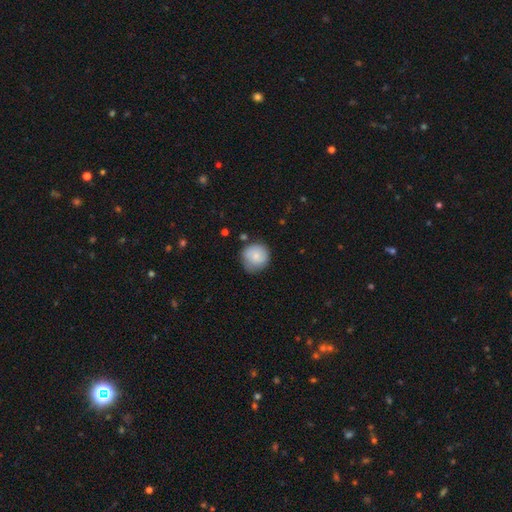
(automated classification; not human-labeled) A smooth galaxy with no disk features (80%) that is round (91%).

Vote fractions:
- Smooth or featured? smooth: 80% / featured or disk: 13% / star or artifact: 7%
- How rounded? round: 91% / in between: 8% / cigar-shaped: 1%
- Merging? none: 67% / minor disturbance: 24% / major disturbance: 5% / merger: 3%